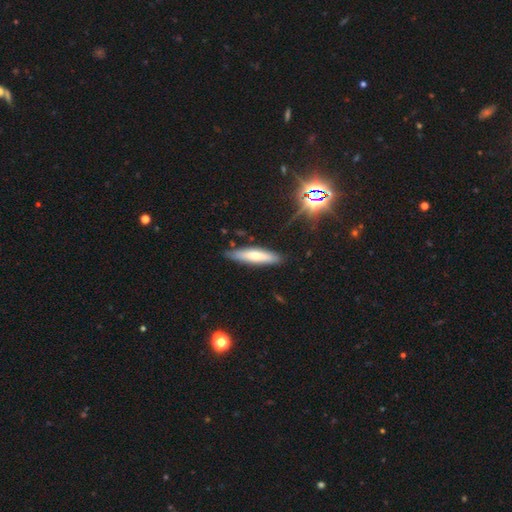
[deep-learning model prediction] Smooth or featured? smooth (66%)
How rounded? cigar-shaped (78%)
Merging? none (82%)